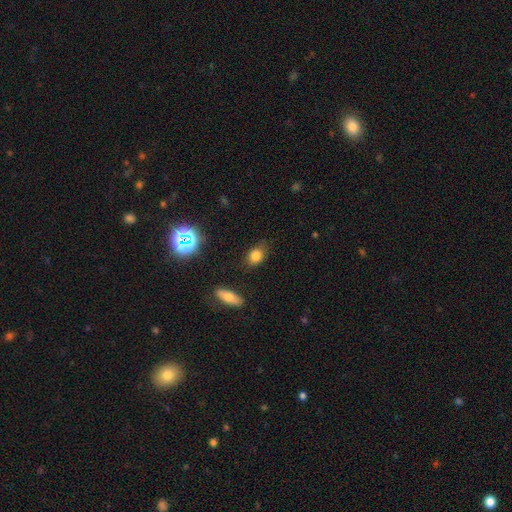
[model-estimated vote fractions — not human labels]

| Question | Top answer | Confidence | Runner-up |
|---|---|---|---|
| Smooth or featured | smooth | 77% | star or artifact (14%) |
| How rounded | in between | 64% | round (33%) |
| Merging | none | 73% | minor disturbance (20%) |